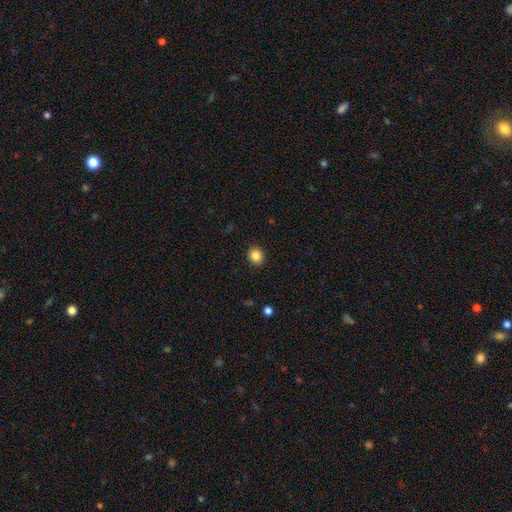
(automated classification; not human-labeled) Morphology: type=smooth (85%); roundness=round (73%); merging=none (91%).